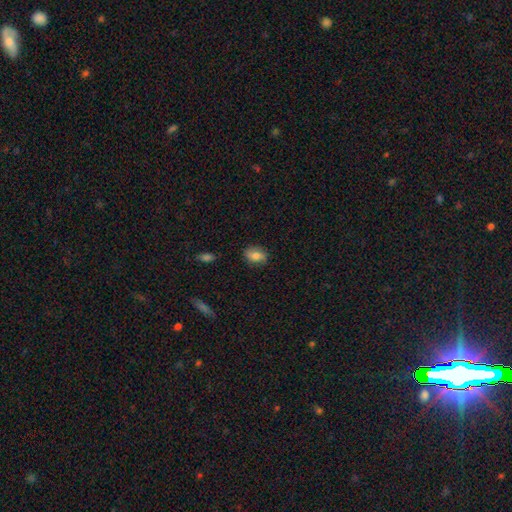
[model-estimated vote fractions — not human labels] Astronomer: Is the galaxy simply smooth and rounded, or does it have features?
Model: smooth — 76%.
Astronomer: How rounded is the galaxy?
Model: in between — 81%.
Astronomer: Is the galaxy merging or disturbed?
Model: none — 81%.